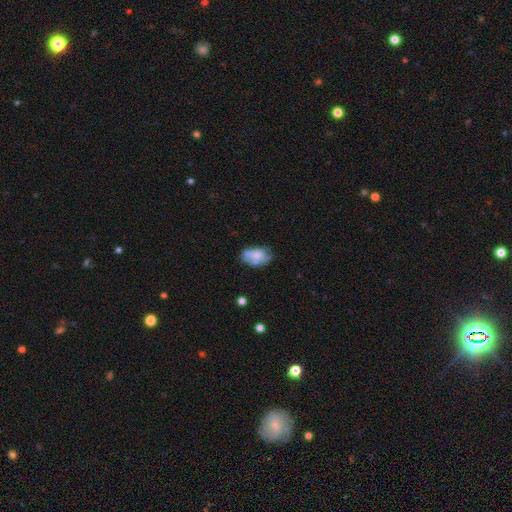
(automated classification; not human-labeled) Morphology: type=smooth (55%); roundness=in between (88%); merging=none (45%).